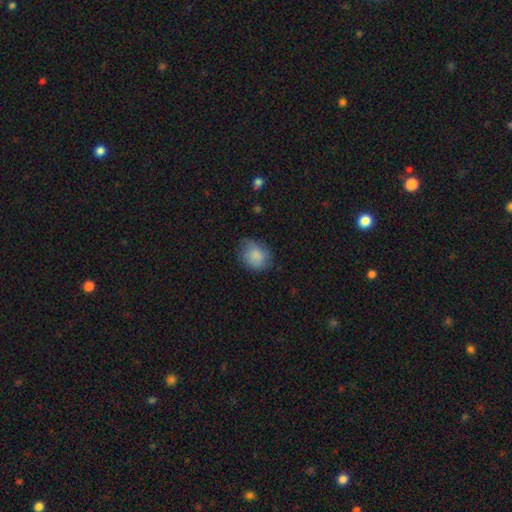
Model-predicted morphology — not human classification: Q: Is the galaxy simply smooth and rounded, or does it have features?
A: smooth — 84%.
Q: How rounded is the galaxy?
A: round — 54%.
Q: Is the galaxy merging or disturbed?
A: none — 68%.